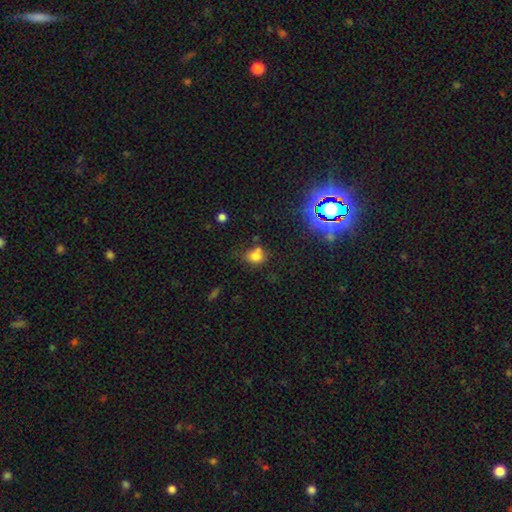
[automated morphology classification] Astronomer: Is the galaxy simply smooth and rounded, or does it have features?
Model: smooth — 76%.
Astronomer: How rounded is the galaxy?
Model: round — 63%.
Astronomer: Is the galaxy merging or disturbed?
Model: none — 55%.